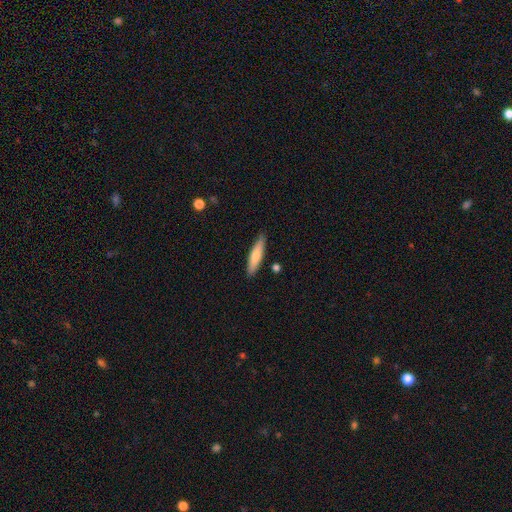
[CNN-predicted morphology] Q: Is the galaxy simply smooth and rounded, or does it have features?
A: smooth — 71%.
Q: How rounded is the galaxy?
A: cigar-shaped — 77%.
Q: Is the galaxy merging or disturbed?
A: none — 86%.